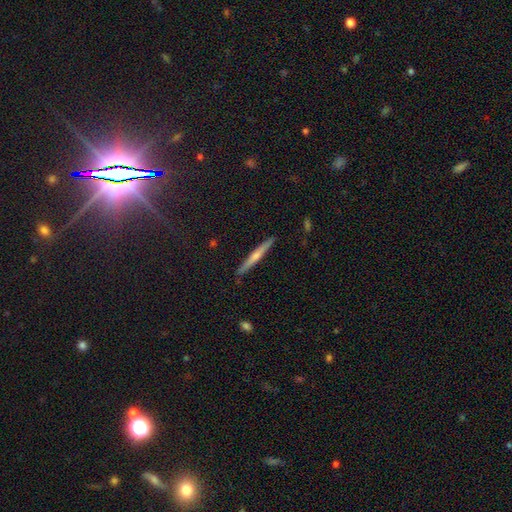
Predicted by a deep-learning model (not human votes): smooth_or_featured: featured or disk (p=0.58) [alt: smooth p=0.36]
disk_edge_on: yes (p=0.97) [alt: no p=0.03]
edge_on_bulge: rounded (p=0.63) [alt: none p=0.31]
merging: none (p=0.90) [alt: minor disturbance p=0.07]